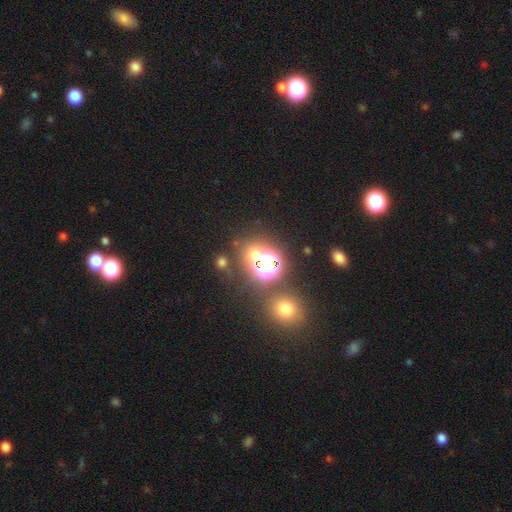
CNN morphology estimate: Overall: star or artifact (52%; smooth 38%).